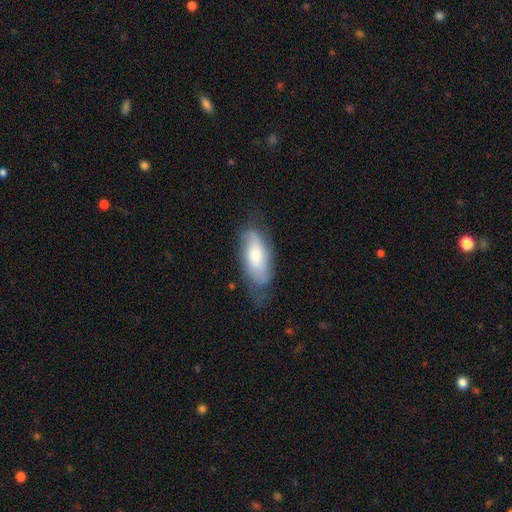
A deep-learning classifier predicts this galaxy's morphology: smooth-or-featured: smooth: 53% | featured or disk: 40% | star or artifact: 7%
  how-rounded: in between: 82% | cigar-shaped: 15% | round: 3%
  merging: none: 55% | minor disturbance: 31% | major disturbance: 13% | merger: 2%